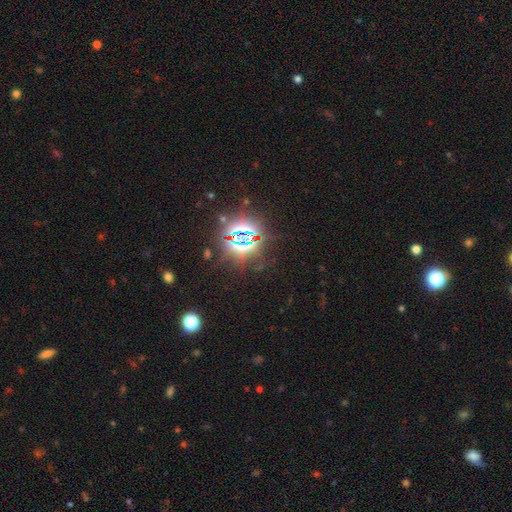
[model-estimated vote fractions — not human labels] The model was most divided on "smooth or featured": star or artifact: 85%, smooth: 9%, featured or disk: 6%.